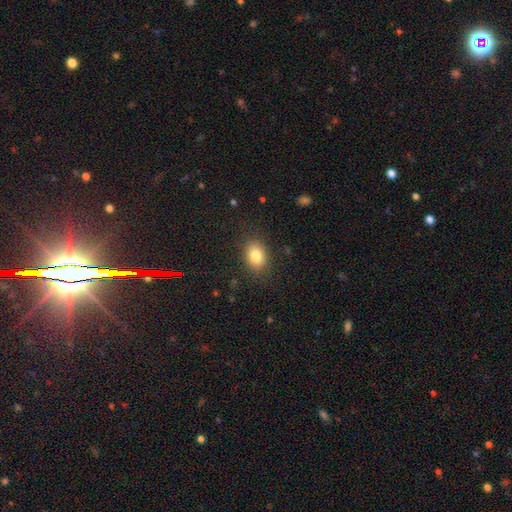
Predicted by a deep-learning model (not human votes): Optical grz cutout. It shows a smooth galaxy with no disk features (82%) that is in between round and cigar-shaped (69%). Merging: none (85%).